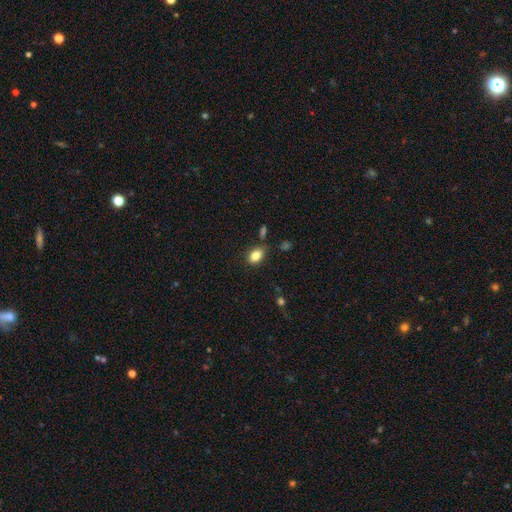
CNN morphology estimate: This is clearly a smooth galaxy (84%). How rounded: likely in between (80%). Merging: likely none (74%).